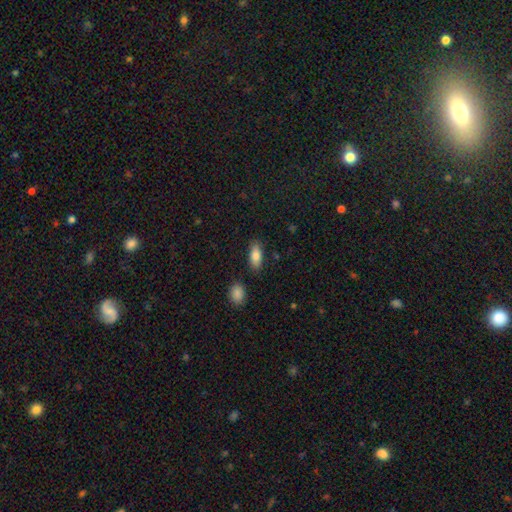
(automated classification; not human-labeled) Morphology: type=smooth (85%); roundness=in between (84%); merging=none (84%).